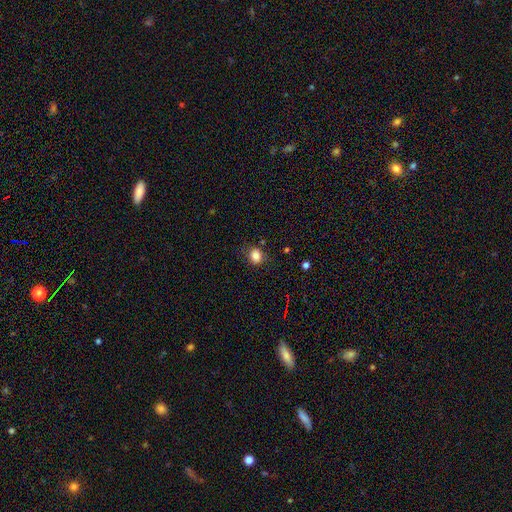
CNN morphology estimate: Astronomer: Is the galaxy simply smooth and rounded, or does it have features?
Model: smooth — 82%.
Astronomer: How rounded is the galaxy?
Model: round — 60% (runner-up: in between, 39%).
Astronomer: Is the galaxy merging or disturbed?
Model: none — 77%.